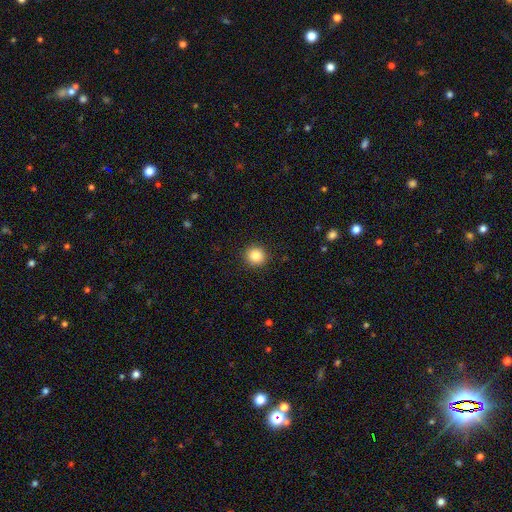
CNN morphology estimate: A smooth galaxy with no disk features (85%) that is round (94%). Merging: none (92%).